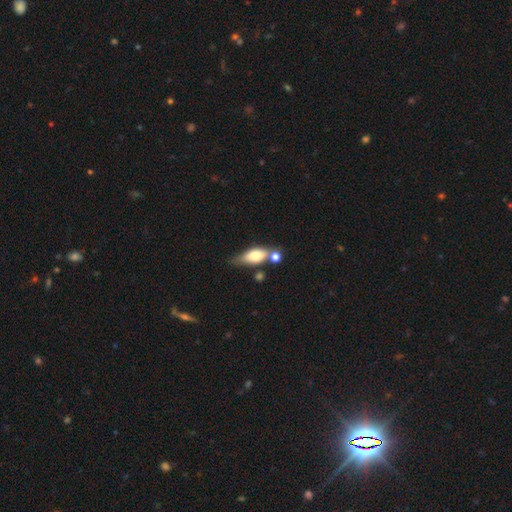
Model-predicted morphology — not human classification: Smooth or featured: smooth — 69% (featured or disk — 23%)
How rounded: in between — 75% (cigar-shaped — 18%)
Merging: none — 41% (merger — 27%)